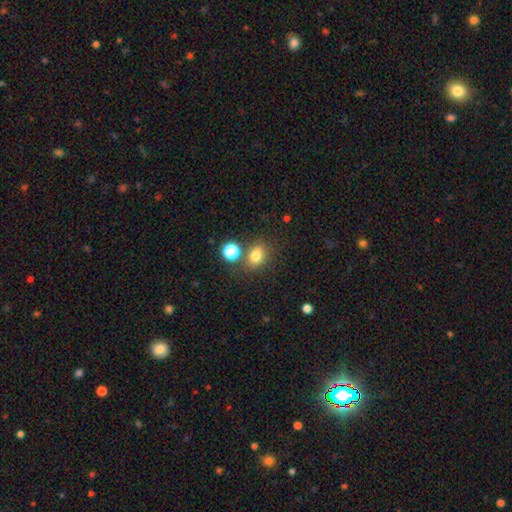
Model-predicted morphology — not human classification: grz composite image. It shows a smooth galaxy with no disk features (76%) that is round (59%). Merging: none (70%).